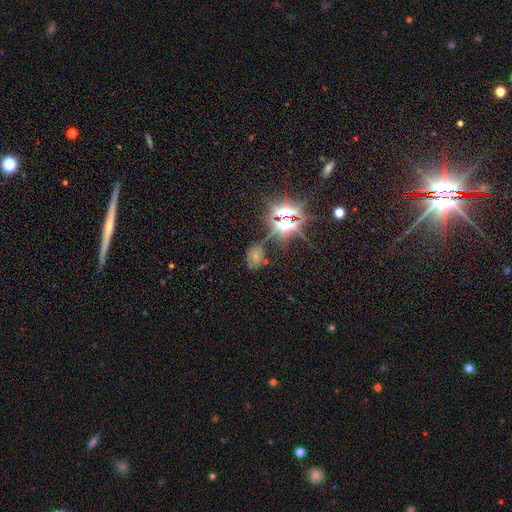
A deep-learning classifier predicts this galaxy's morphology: The model was most divided on "smooth or featured": star or artifact: 43%, smooth: 40%, featured or disk: 17%.